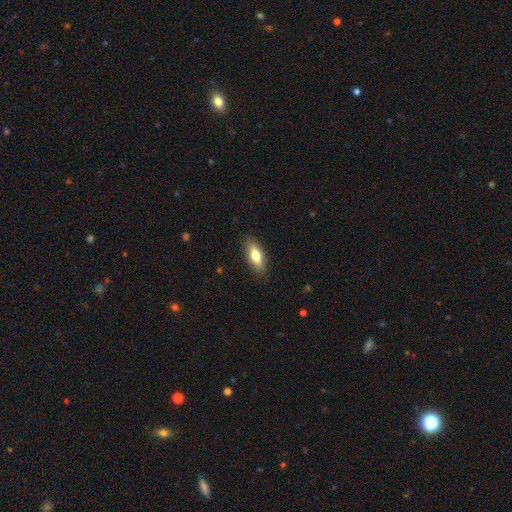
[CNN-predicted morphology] Smooth or featured?
  - smooth: 72% *
  - featured or disk: 22%
  - star or artifact: 7%
How rounded?
  - in between: 75% *
  - cigar-shaped: 22%
  - round: 4%
Merging?
  - none: 87% *
  - minor disturbance: 10%
  - major disturbance: 2%
  - merger: 1%